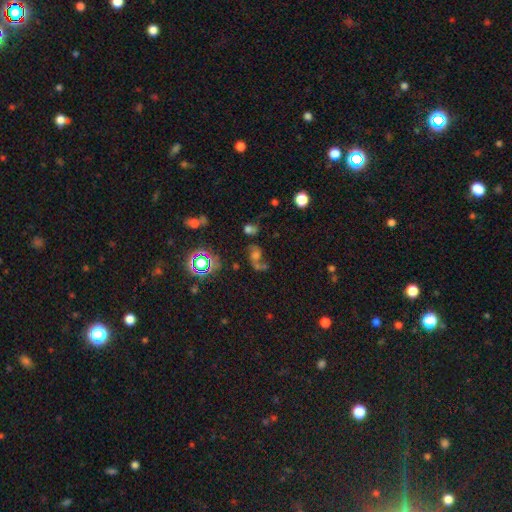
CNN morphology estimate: A star or artifact, not a galaxy (38%).

Vote fractions:
- Smooth or featured? star or artifact: 38% / featured or disk: 34% / smooth: 28%